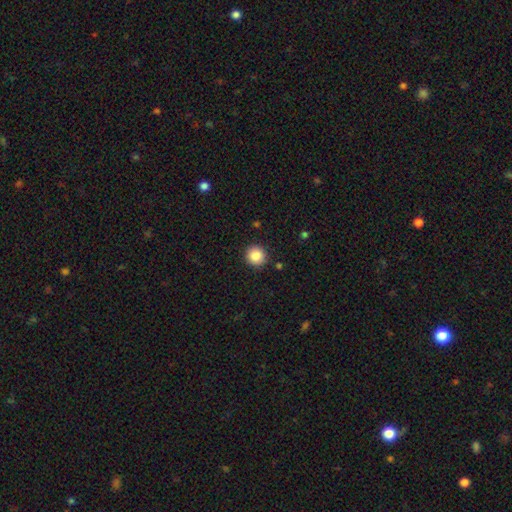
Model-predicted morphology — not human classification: Smooth or featured: smooth — 86% (star or artifact — 9%)
How rounded: round — 93% (in between — 6%)
Merging: none — 90% (minor disturbance — 6%)